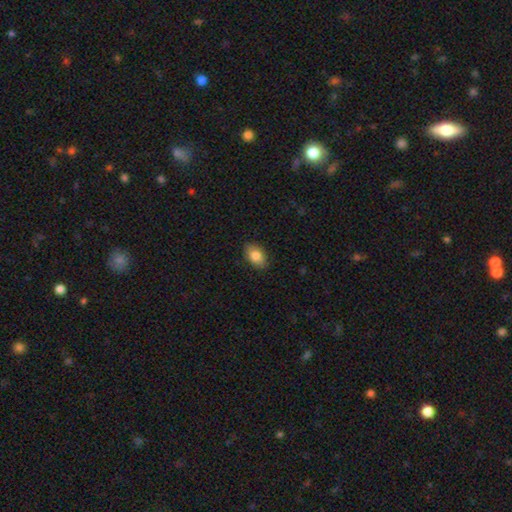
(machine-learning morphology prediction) Smooth or featured?
  - smooth: 85% *
  - featured or disk: 8%
  - star or artifact: 7%
How rounded?
  - in between: 89% *
  - round: 10%
  - cigar-shaped: 1%
Merging?
  - none: 87% *
  - minor disturbance: 10%
  - major disturbance: 2%
  - merger: 1%